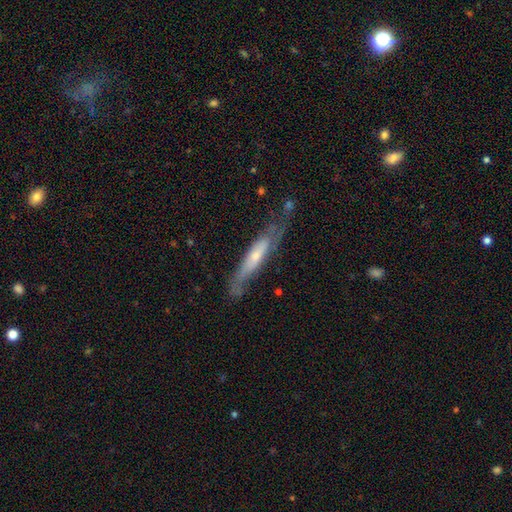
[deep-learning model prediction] Overall: featured or disk (62%; smooth 32%). Edge-on disk: yes (59%; no 41%). Merging: none (59%; minor disturbance 25%).